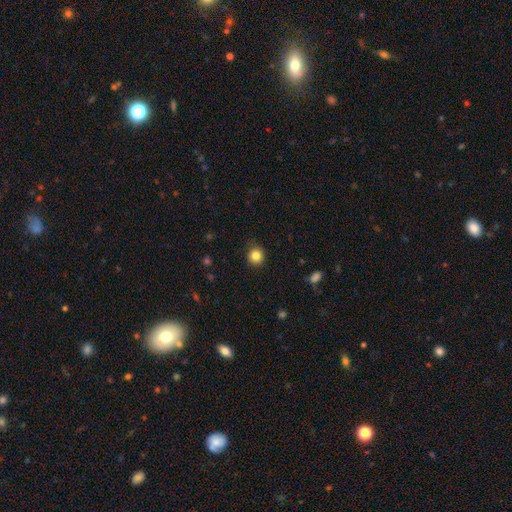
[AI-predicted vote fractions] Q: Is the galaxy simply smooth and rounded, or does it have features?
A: smooth — 84%.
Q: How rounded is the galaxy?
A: round — 89%.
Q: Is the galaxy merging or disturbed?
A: none — 87%.